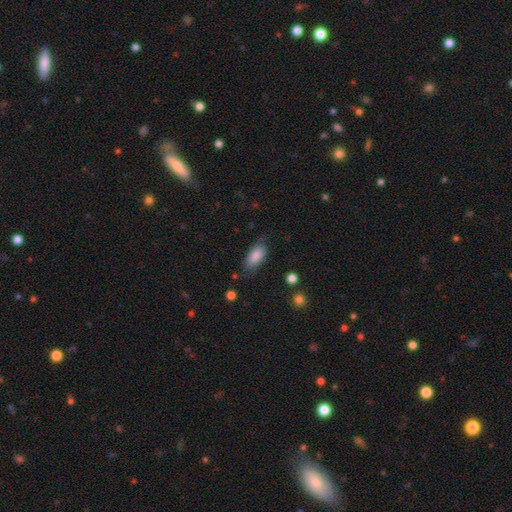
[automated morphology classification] smooth_or_featured: smooth (p=0.81) [alt: featured or disk p=0.13]
how_rounded: in between (p=0.89) [alt: cigar-shaped p=0.09]
merging: none (p=0.66) [alt: minor disturbance p=0.25]